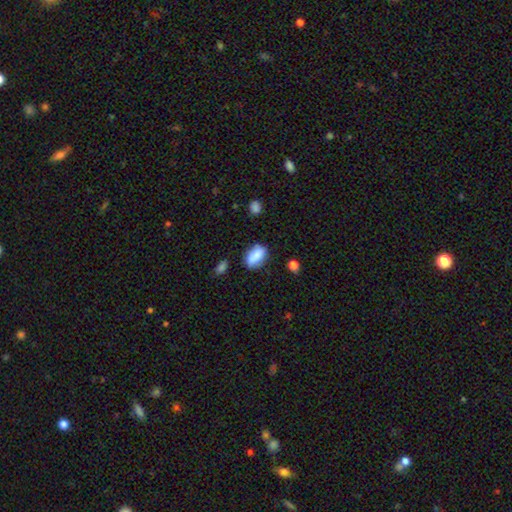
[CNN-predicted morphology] Smooth or featured? smooth (78%)
How rounded? in between (85%)
Merging? none (71%)